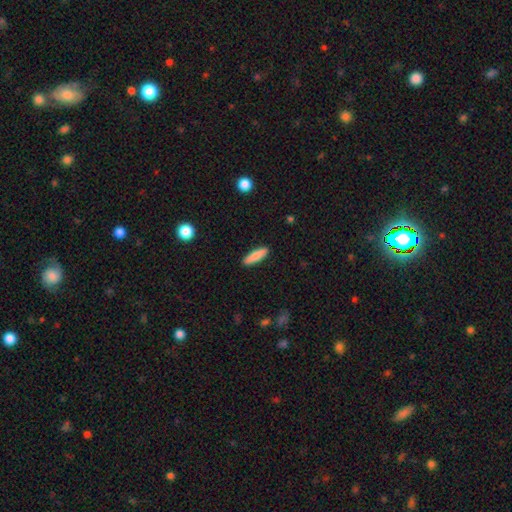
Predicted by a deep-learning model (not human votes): The model was most divided on "how rounded": cigar-shaped: 75%, in between: 23%, round: 2%. More confident: merging — none (90%); smooth or featured — smooth (83%).